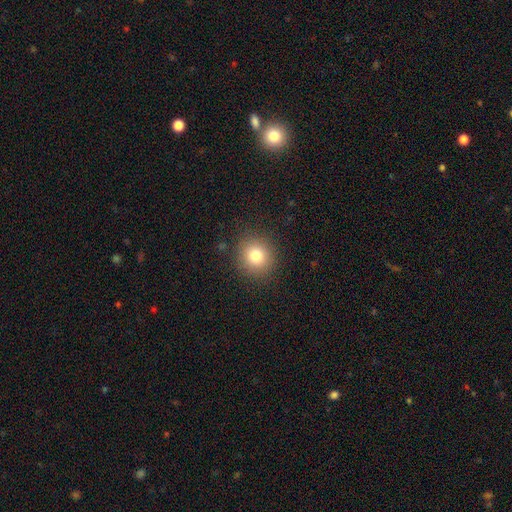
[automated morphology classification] Smooth or featured?
  - smooth: 80% *
  - star or artifact: 12%
  - featured or disk: 8%
How rounded?
  - round: 89% *
  - in between: 10%
  - cigar-shaped: 1%
Merging?
  - none: 89% *
  - minor disturbance: 7%
  - major disturbance: 3%
  - merger: 1%